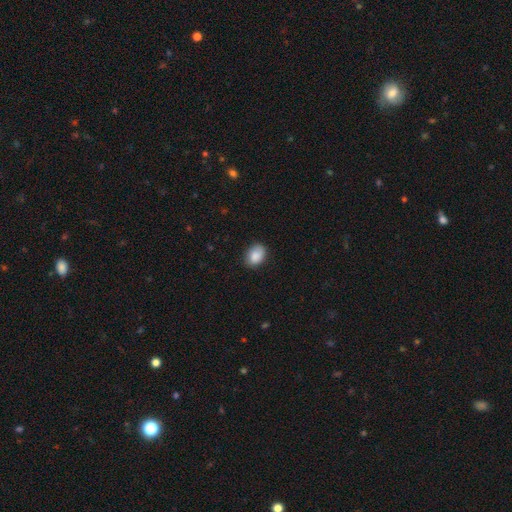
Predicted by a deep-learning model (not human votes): Q: Smooth or featured?
A: smooth (88%); runner-up: star or artifact (7%)
Q: How rounded?
A: in between (75%); runner-up: round (24%)
Q: Merging?
A: none (80%); runner-up: minor disturbance (16%)